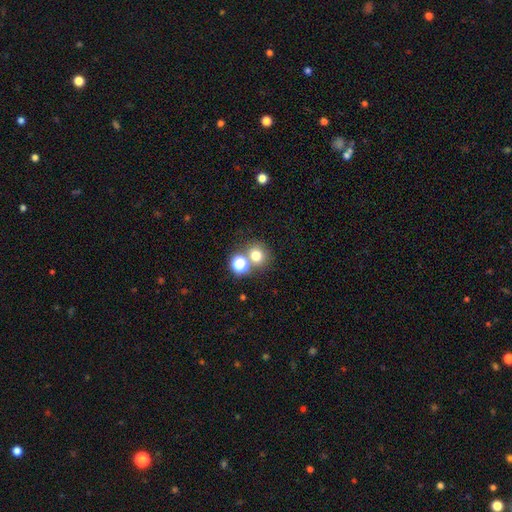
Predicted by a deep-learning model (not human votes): smooth_or_featured: smooth (p=0.73) [alt: star or artifact p=0.18]
how_rounded: round (p=0.84) [alt: in between p=0.15]
merging: none (p=0.61) [alt: merger p=0.28]